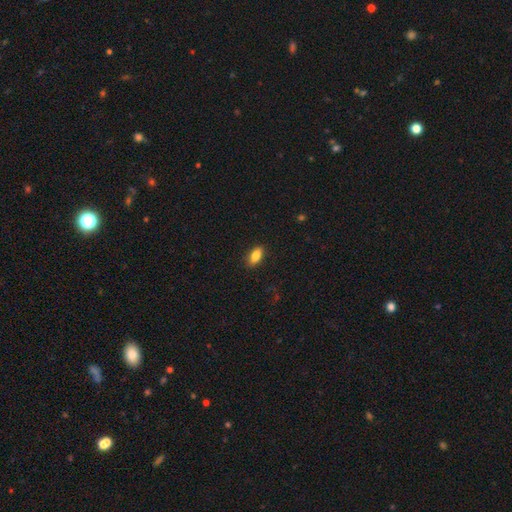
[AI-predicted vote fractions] A smooth galaxy with no disk features (84%) that is in between round and cigar-shaped (88%). Merging: none (88%).